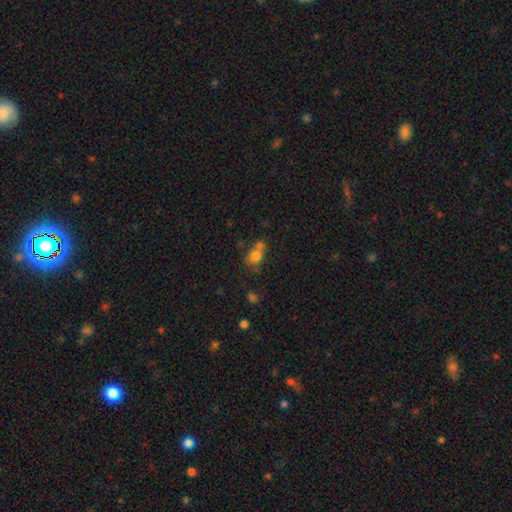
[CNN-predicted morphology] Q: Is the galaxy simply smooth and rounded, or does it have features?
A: smooth — 75%.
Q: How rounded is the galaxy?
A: round — 49%, tied with in between.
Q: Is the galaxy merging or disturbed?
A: merger — 44%.